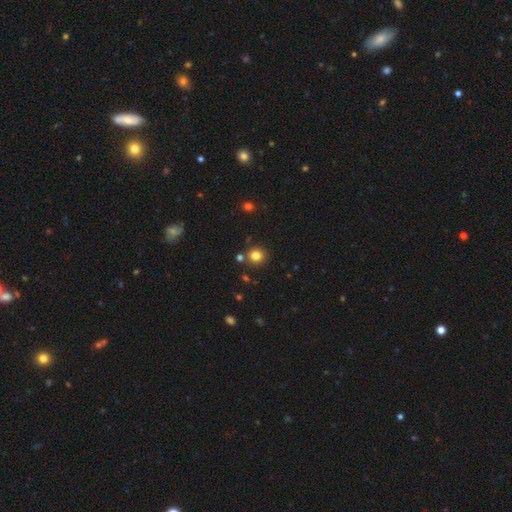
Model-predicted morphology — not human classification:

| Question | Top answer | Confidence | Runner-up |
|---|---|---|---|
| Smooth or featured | smooth | 81% | star or artifact (13%) |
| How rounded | round | 89% | in between (10%) |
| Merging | none | 82% | minor disturbance (8%) |